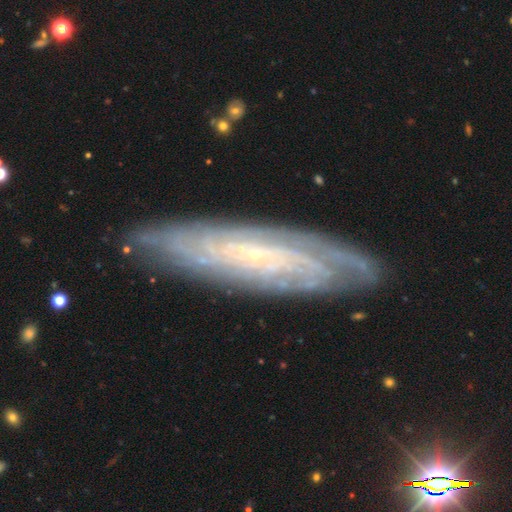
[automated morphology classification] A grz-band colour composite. It shows a featured or disk galaxy (83%) with no bar (68%), tight (77%) spiral arms (96%) and a small central bulge (86%). Merging: none (83%).